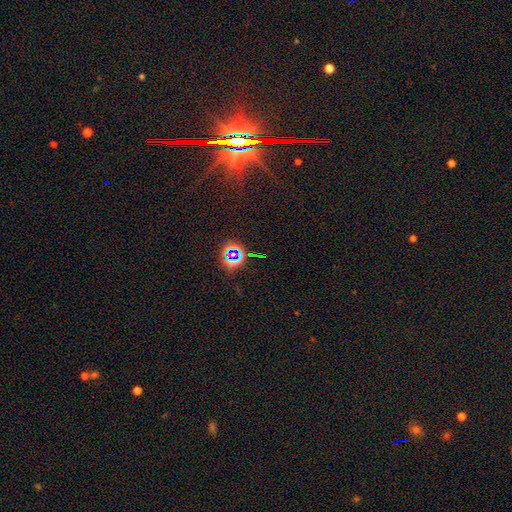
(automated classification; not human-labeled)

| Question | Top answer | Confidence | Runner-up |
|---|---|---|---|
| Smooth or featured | star or artifact | 74% | smooth (17%) |